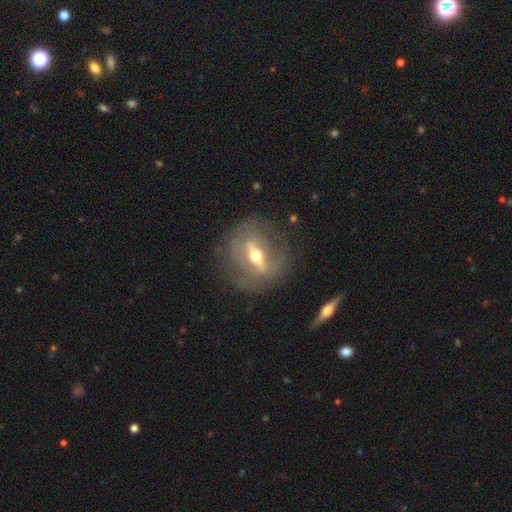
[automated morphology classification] Smooth or featured? featured or disk (80%)
Edge-on disk? no (58%)
Merging? none (77%)